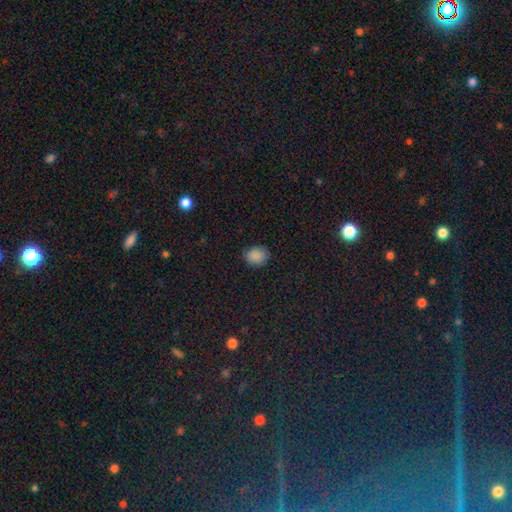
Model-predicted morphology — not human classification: smooth_or_featured: smooth (p=0.86) [alt: star or artifact p=0.10]
how_rounded: round (p=0.64) [alt: in between p=0.35]
merging: none (p=0.82) [alt: minor disturbance p=0.14]